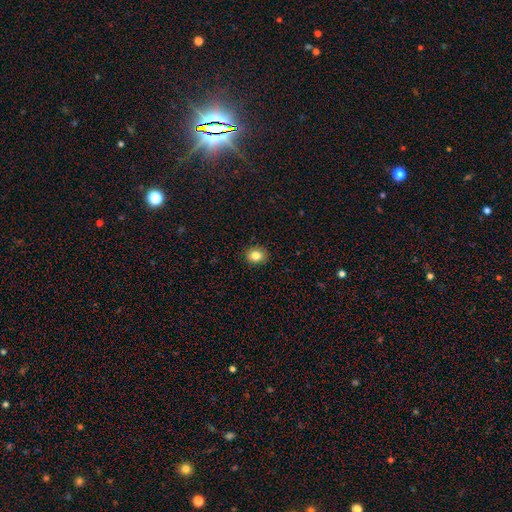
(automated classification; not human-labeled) A smooth galaxy with no disk features (83%) that is round (62%). Merging: none (90%).